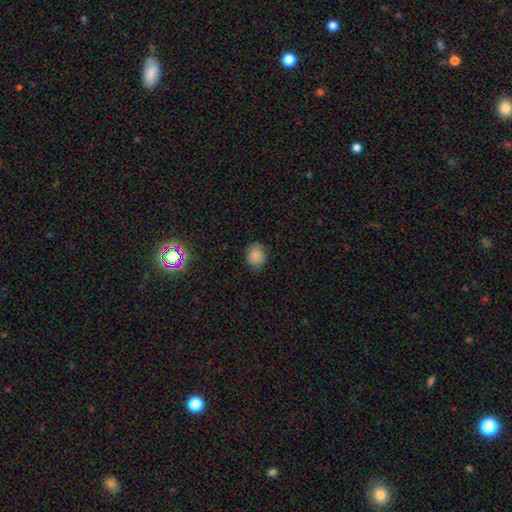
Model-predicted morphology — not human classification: Overall: smooth (85%). How rounded: round (66%; in between 33%). Merging: none (80%).